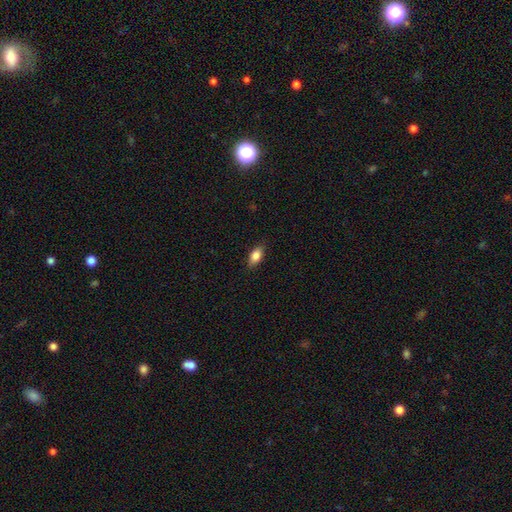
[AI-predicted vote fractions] Smooth or featured? Predicted: smooth (p=0.84). How rounded? Predicted: in between (p=0.87). Merging? Predicted: none (p=0.86).